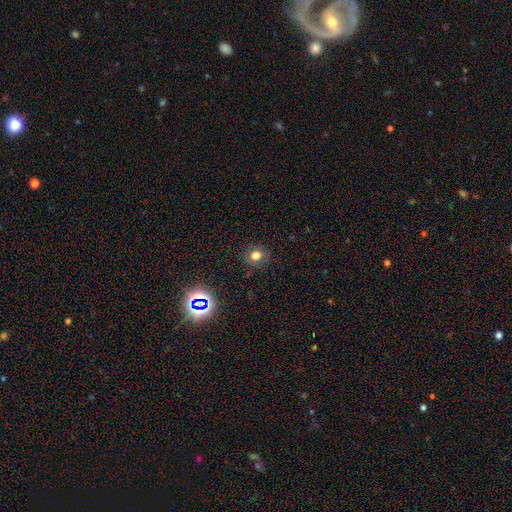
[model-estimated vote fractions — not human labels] A smooth galaxy with no disk features (73%) that is round (82%). Merging: none (87%).